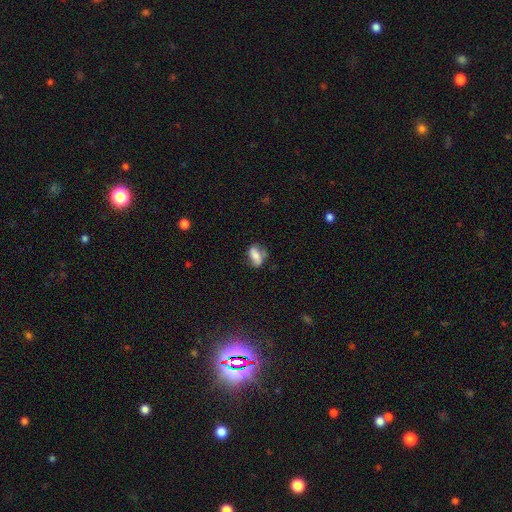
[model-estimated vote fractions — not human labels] Q: Smooth or featured?
A: smooth (69%); runner-up: featured or disk (22%)
Q: How rounded?
A: in between (80%); runner-up: cigar-shaped (10%)
Q: Merging?
A: none (57%); runner-up: minor disturbance (27%)